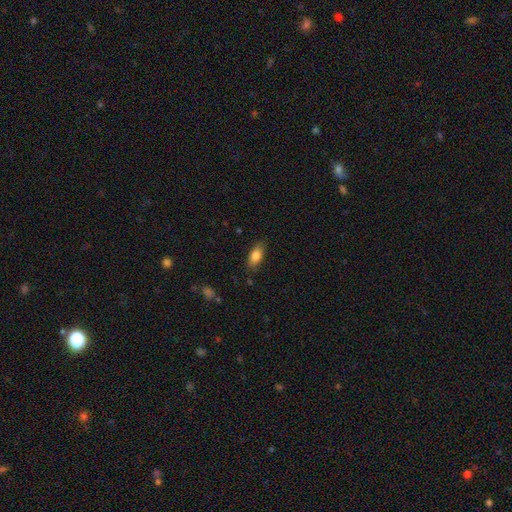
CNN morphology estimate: Smooth or featured: smooth — 82% (featured or disk — 11%)
How rounded: in between — 85% (cigar-shaped — 11%)
Merging: none — 82% (minor disturbance — 13%)